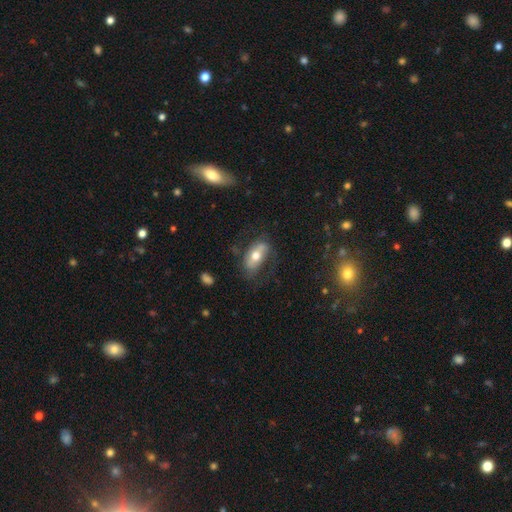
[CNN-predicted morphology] Smooth or featured?
  - smooth: 53% *
  - featured or disk: 40%
  - star or artifact: 7%
How rounded?
  - in between: 86% *
  - cigar-shaped: 9%
  - round: 6%
Merging?
  - none: 59% *
  - minor disturbance: 24%
  - major disturbance: 14%
  - merger: 3%